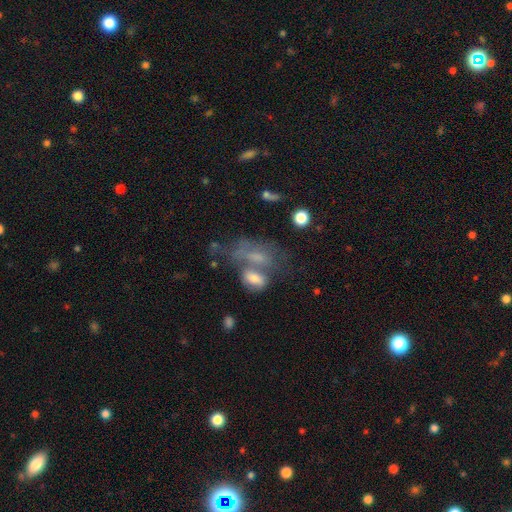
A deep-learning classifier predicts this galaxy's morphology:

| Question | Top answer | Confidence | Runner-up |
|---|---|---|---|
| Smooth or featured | smooth | 51% | featured or disk (34%) |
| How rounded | in between | 78% | cigar-shaped (11%) |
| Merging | merger | 42% | none (28%) |